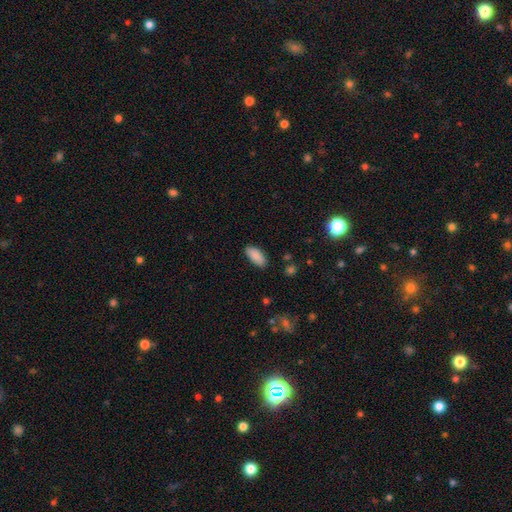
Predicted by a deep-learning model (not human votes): Overall: smooth (88%). How rounded: in between (87%). Merging: none (86%).